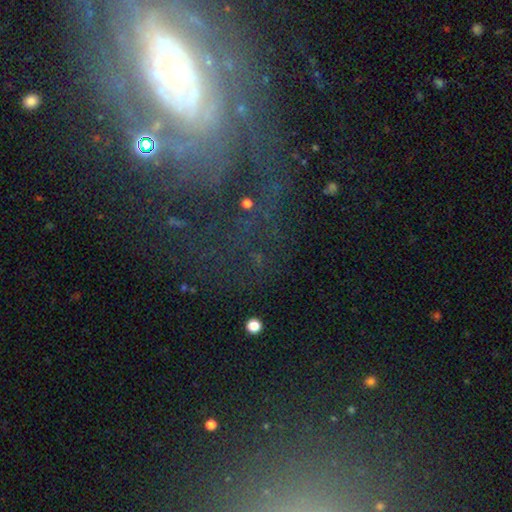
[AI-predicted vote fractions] Smooth or featured: featured or disk — 66% (star or artifact — 19%)
Edge-on disk: no — 90% (yes — 10%)
Bar: no — 63% (weak — 23%)
Spiral arms: yes — 77% (no — 23%)
Bulge size: small — 57% (moderate — 23%)
Merging: none — 60% (major disturbance — 19%)